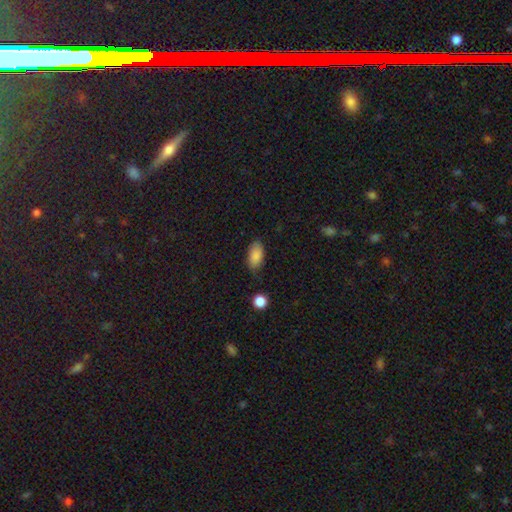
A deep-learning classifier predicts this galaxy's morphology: This is clearly a smooth galaxy (87%). How rounded: clearly in between (92%). Merging: likely none (76%).